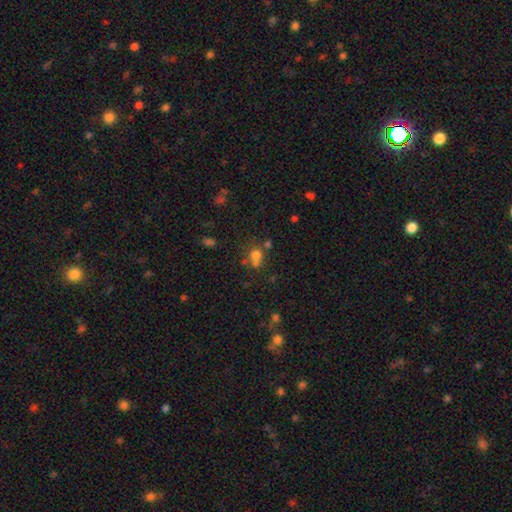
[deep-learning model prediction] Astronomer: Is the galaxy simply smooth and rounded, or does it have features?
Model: smooth — 65%.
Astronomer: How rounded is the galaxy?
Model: round — 72%.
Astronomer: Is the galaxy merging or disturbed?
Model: none — 43% (runner-up: merger, 36%).